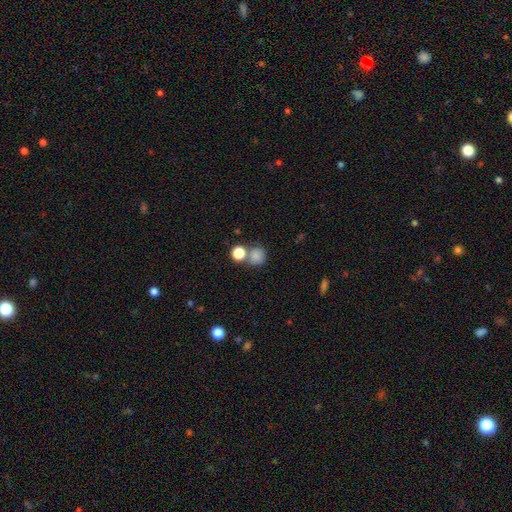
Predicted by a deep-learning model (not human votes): smooth 81%, star or artifact 12%, featured or disk 6%. Down the decision tree: how rounded — round (83%); merging — none (54%).